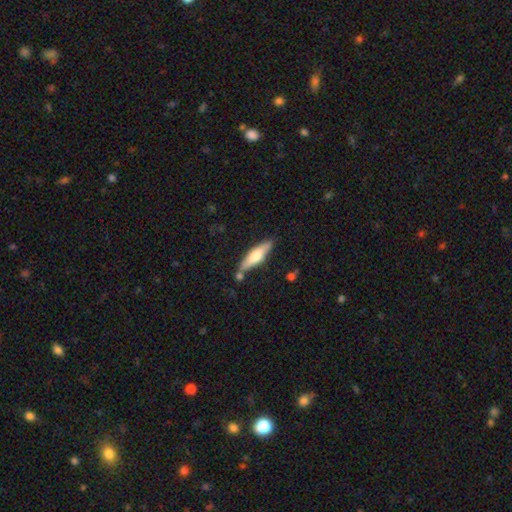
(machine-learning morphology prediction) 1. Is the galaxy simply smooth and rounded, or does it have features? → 53% smooth, 41% featured or disk, 5% star or artifact.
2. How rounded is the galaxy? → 69% cigar-shaped, 30% in between, 2% round.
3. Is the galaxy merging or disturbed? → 76% none, 13% minor disturbance, 7% merger, 3% major disturbance.